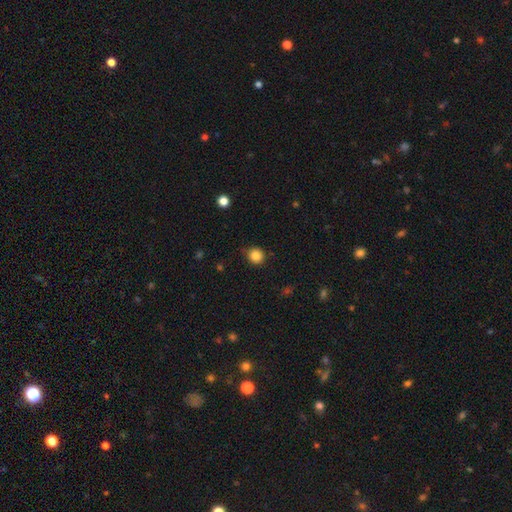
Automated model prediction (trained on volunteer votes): The model was most divided on "merging": none: 84%, minor disturbance: 12%, major disturbance: 3%, merger: 2%. More confident: how rounded — round (88%); smooth or featured — smooth (85%).